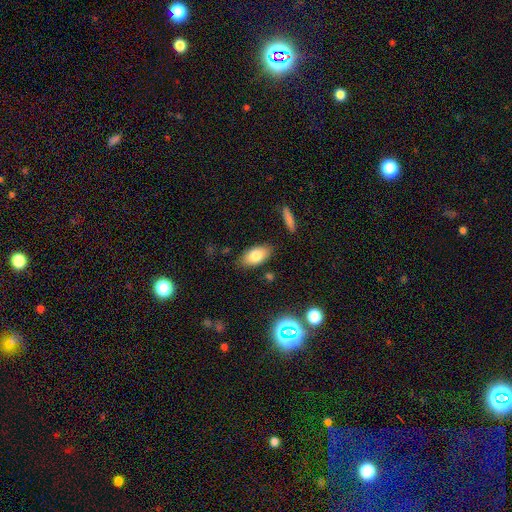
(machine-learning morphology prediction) Q: Smooth or featured?
A: smooth (79%); runner-up: featured or disk (13%)
Q: How rounded?
A: in between (93%); runner-up: round (4%)
Q: Merging?
A: none (83%); runner-up: minor disturbance (12%)